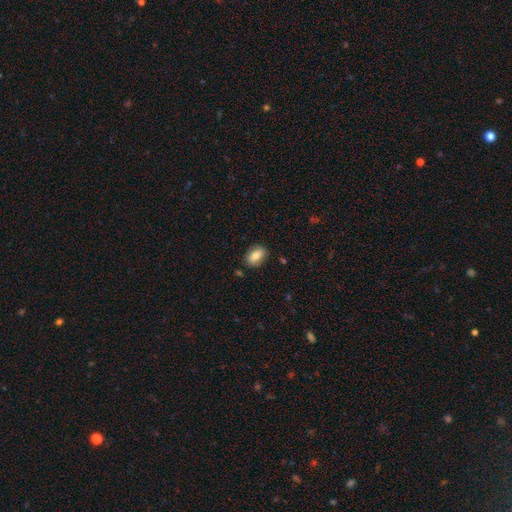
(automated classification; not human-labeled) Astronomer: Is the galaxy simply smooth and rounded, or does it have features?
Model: smooth — 80%.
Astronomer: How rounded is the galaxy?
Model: in between — 85%.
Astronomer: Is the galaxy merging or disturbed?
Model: none — 84%.